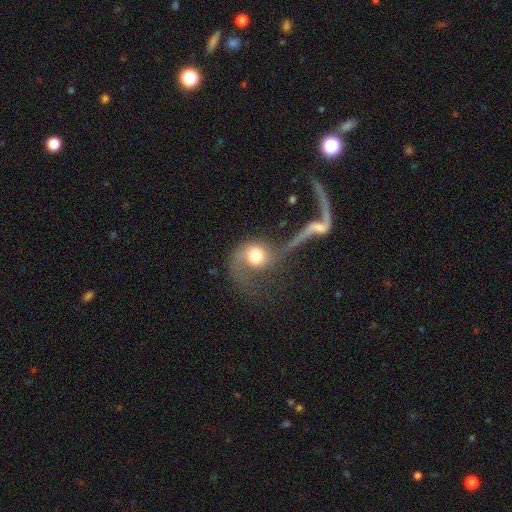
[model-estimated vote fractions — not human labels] smooth_or_featured: featured or disk (p=0.48) [alt: smooth p=0.43]
merging: major disturbance (p=0.38) [alt: none p=0.26]